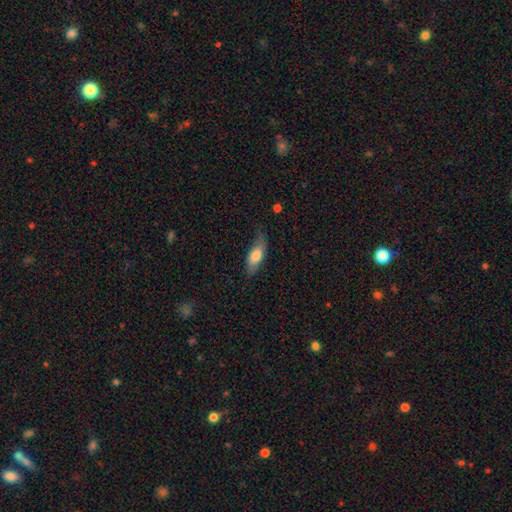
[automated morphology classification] Q: Smooth or featured?
A: smooth (70%); runner-up: featured or disk (24%)
Q: How rounded?
A: in between (71%); runner-up: cigar-shaped (26%)
Q: Merging?
A: none (62%); runner-up: minor disturbance (28%)